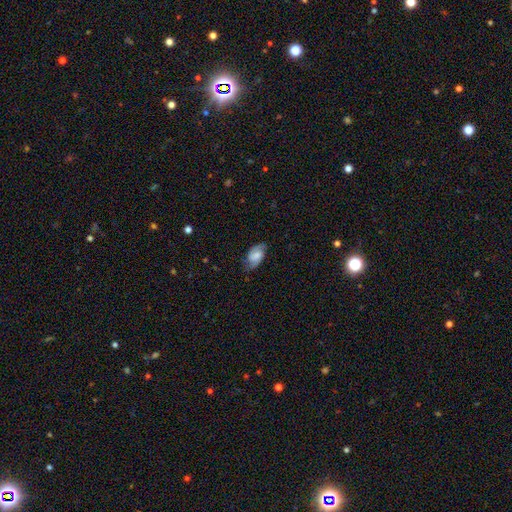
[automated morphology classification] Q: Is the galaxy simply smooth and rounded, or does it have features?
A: featured or disk — 56%.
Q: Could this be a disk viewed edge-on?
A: no — 95%.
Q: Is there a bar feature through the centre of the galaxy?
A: no — 43%, tied with weak.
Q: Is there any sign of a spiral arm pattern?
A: yes — 90%.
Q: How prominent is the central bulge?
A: moderate — 29%, tied with small.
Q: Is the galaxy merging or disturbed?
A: none — 72%.